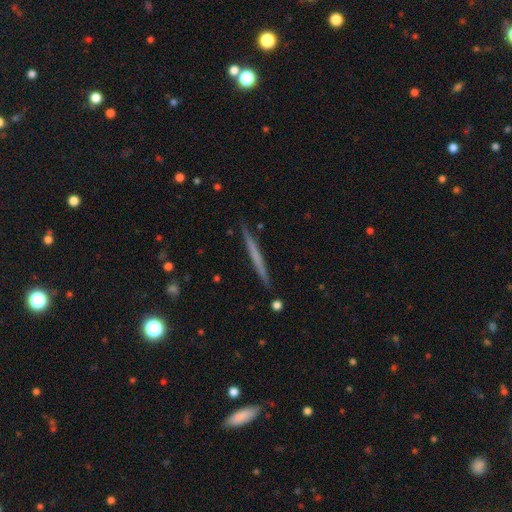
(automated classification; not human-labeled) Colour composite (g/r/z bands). It shows a smooth galaxy with no disk features (47%, tied with featured or disk). Merging: none (91%).